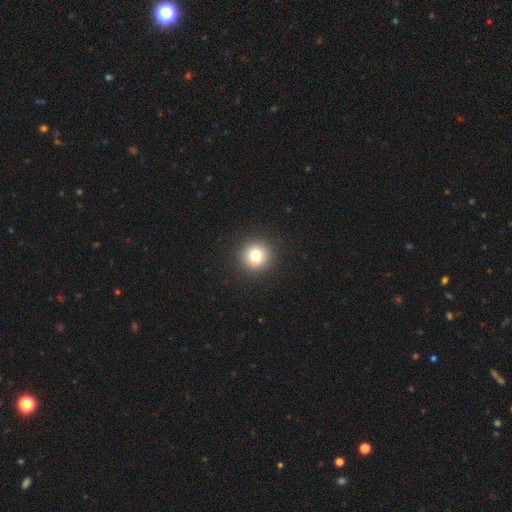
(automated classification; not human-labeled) smooth_or_featured: smooth (p=0.73) [alt: featured or disk p=0.14]
how_rounded: round (p=0.93) [alt: in between p=0.07]
merging: none (p=0.78) [alt: merger p=0.11]